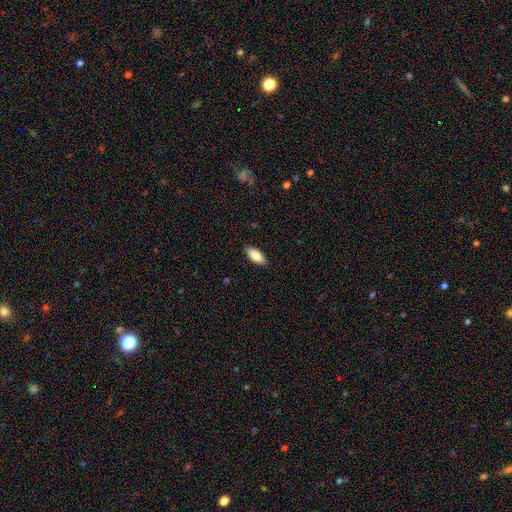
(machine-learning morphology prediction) smooth 85%, featured or disk 9%, star or artifact 6%. Down the decision tree: how rounded — in between (84%); merging — none (88%).